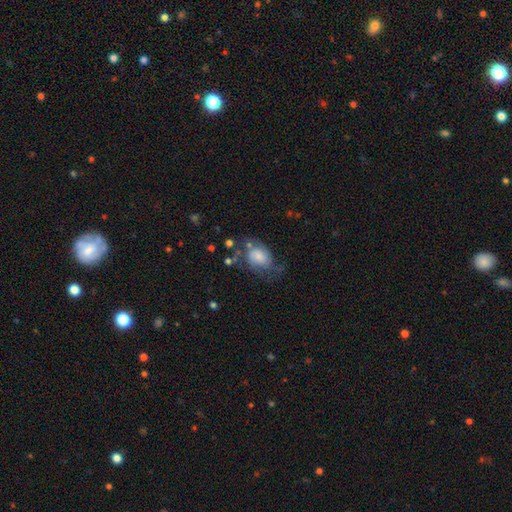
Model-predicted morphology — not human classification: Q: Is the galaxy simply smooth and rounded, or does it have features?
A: smooth — 49%.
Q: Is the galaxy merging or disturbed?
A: none — 40%.